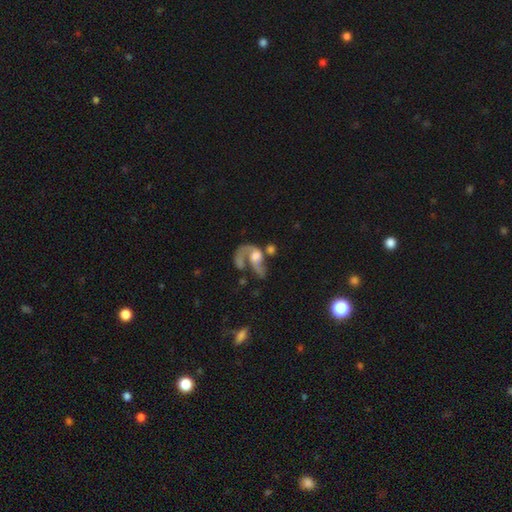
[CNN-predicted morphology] type=featured or disk (62%); edge-on=no (97%); bar=no (74%); spiral arms=yes (63%); bulge=moderate (41%); merging=major disturbance (39%).